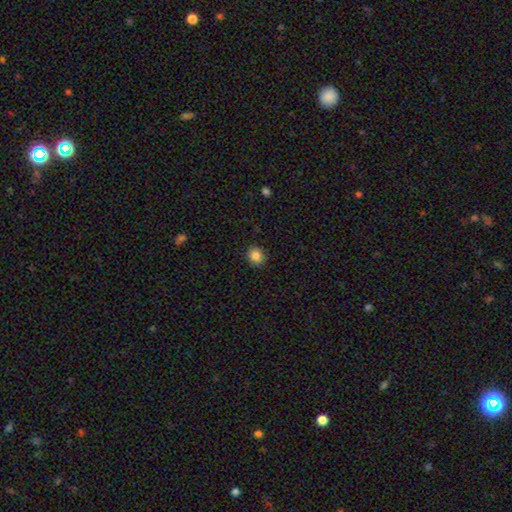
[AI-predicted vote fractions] smooth-or-featured: smooth: 85% | star or artifact: 10% | featured or disk: 4%
  how-rounded: round: 80% | in between: 19% | cigar-shaped: 1%
  merging: none: 89% | minor disturbance: 8% | major disturbance: 2% | merger: 1%